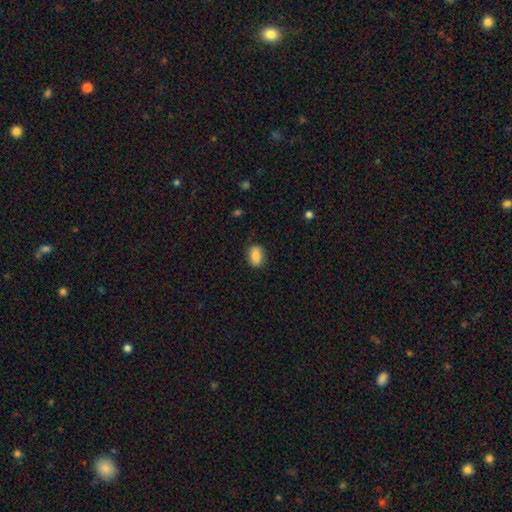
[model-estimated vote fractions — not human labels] This appears to be a smooth galaxy with no disk features (84%) that is in between round and cigar-shaped (83%). Merging: none (81%).